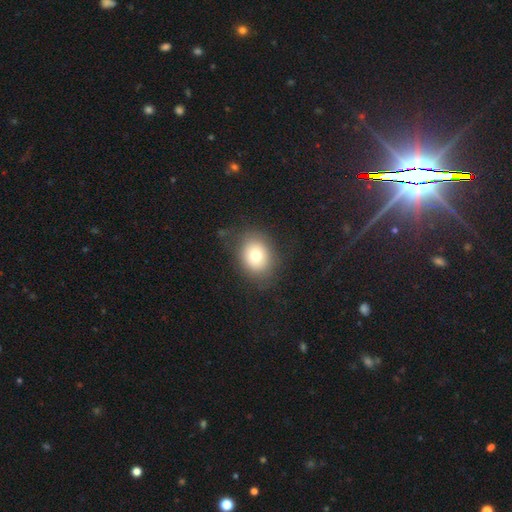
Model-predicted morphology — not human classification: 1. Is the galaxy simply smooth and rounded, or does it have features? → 74% smooth, 15% featured or disk, 11% star or artifact.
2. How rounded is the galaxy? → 57% round, 42% in between, 1% cigar-shaped.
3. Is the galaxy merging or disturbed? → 77% none, 14% minor disturbance, 7% major disturbance, 1% merger.